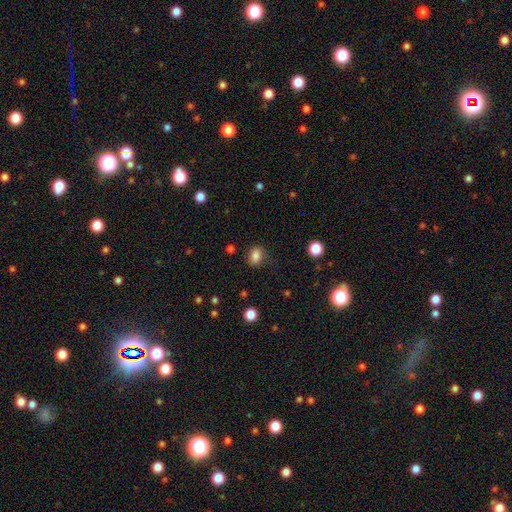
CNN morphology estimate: This is clearly a smooth galaxy (83%). How rounded: likely in between (65%). Merging: likely none (80%).